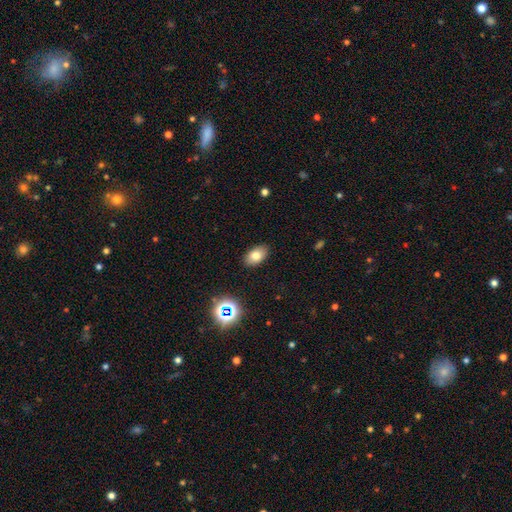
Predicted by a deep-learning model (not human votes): Morphology: type=smooth (75%); roundness=in between (90%); merging=none (88%).